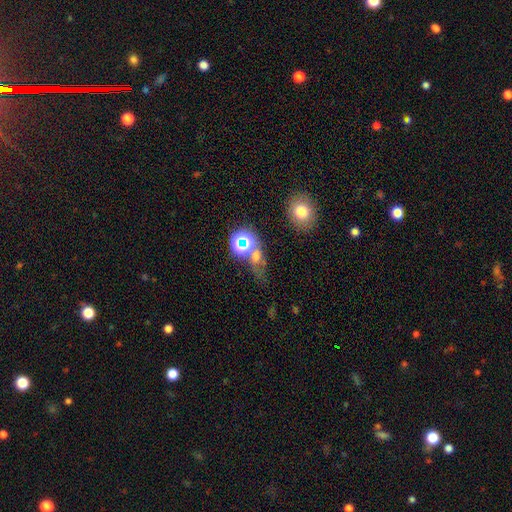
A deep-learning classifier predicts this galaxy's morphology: smooth-or-featured: smooth: 47% | star or artifact: 39% | featured or disk: 14%
  merging: none: 45% | merger: 25% | major disturbance: 16% | minor disturbance: 15%